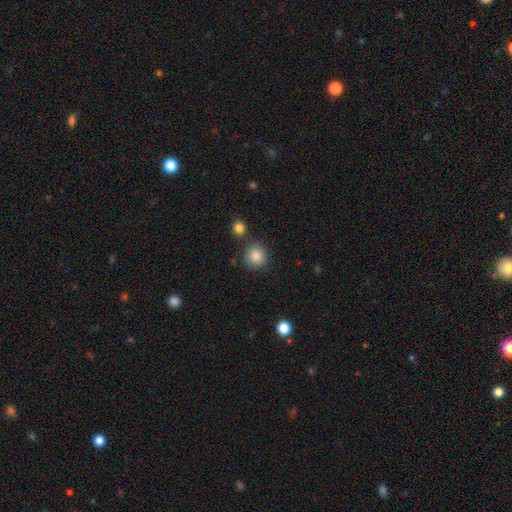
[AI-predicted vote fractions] smooth-or-featured: smooth: 86% | star or artifact: 9% | featured or disk: 5%
  how-rounded: round: 91% | in between: 8% | cigar-shaped: 1%
  merging: none: 80% | minor disturbance: 10% | merger: 7% | major disturbance: 3%